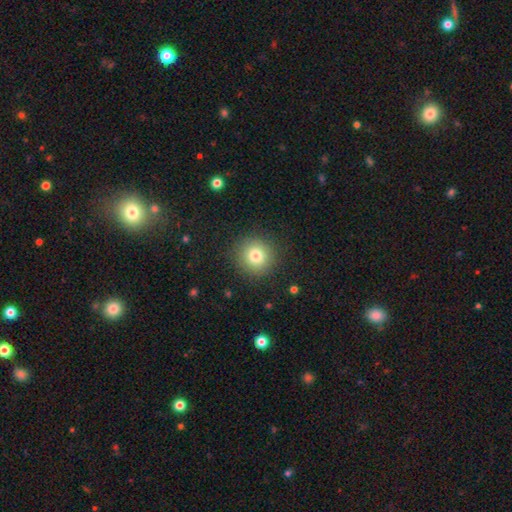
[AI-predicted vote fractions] Smooth or featured? smooth (79%)
How rounded? round (94%)
Merging? none (89%)